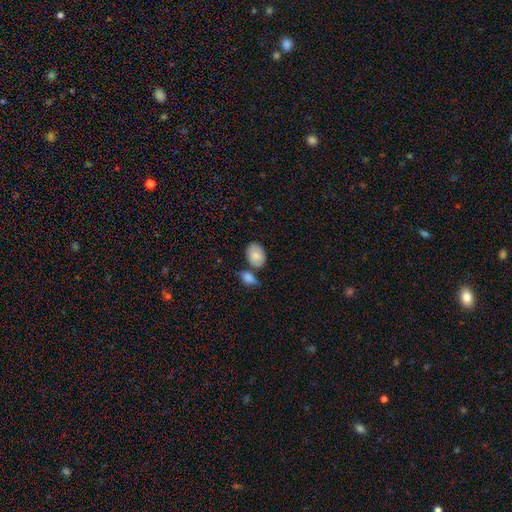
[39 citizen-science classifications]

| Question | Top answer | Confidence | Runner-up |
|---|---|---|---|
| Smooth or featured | smooth | 85% | featured or disk (13%) |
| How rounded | in between | 94% | round (6%) |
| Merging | none | 63% | merger (18%) |